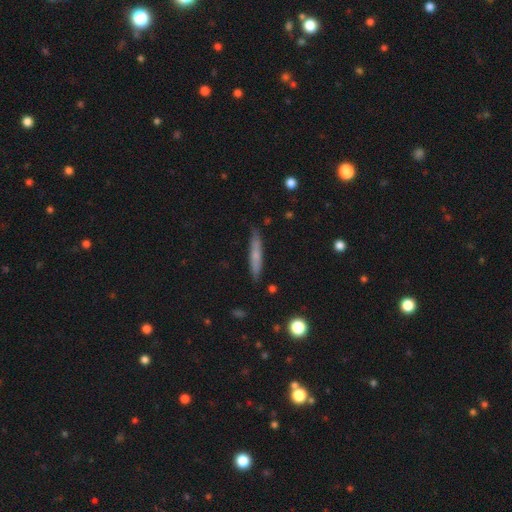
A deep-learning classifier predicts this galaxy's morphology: smooth 60%, featured or disk 33%, star or artifact 7%. Down the decision tree: how rounded — cigar-shaped (92%); merging — none (83%).